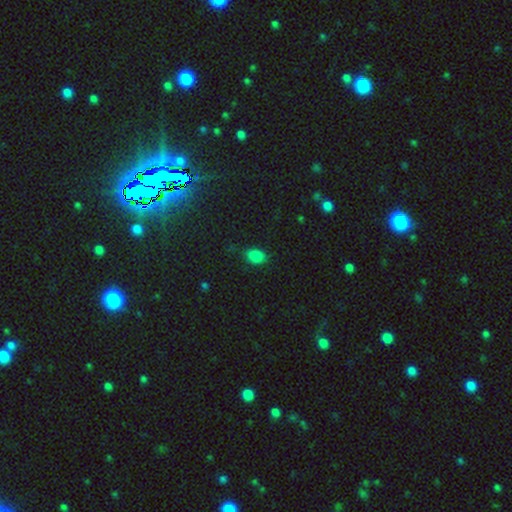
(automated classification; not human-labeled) Morphology: type=smooth (83%); roundness=in between (80%); merging=none (79%).